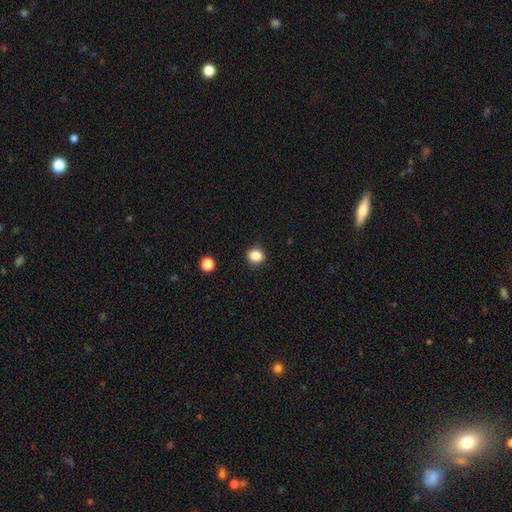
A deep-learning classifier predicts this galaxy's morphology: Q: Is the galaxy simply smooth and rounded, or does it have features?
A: smooth — 85%.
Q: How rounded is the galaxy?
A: round — 90%.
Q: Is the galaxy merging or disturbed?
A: none — 92%.